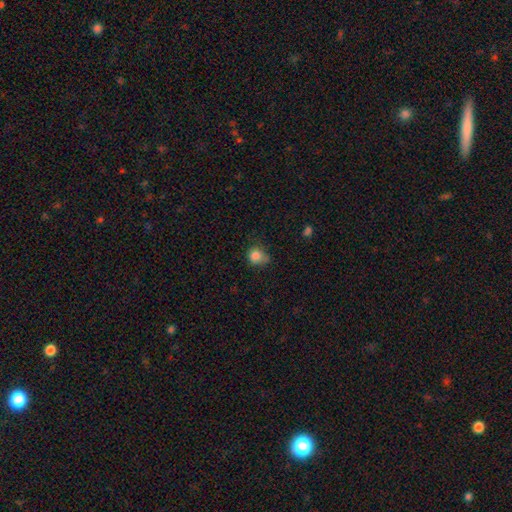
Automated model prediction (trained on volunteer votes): smooth 82%, star or artifact 11%, featured or disk 7%. Down the decision tree: how rounded — round (79%); merging — none (55%).